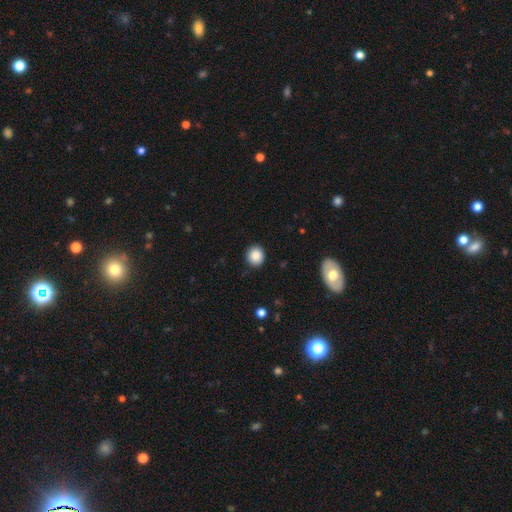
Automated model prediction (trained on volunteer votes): Smooth or featured? smooth (88%)
How rounded? round (87%)
Merging? none (90%)